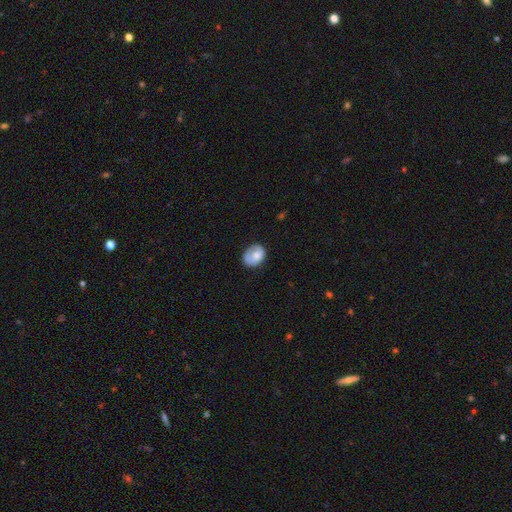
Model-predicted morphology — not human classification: Smooth or featured? Predicted: smooth (p=0.71). How rounded? Predicted: in between (p=0.61). Merging? Predicted: none (p=0.58).